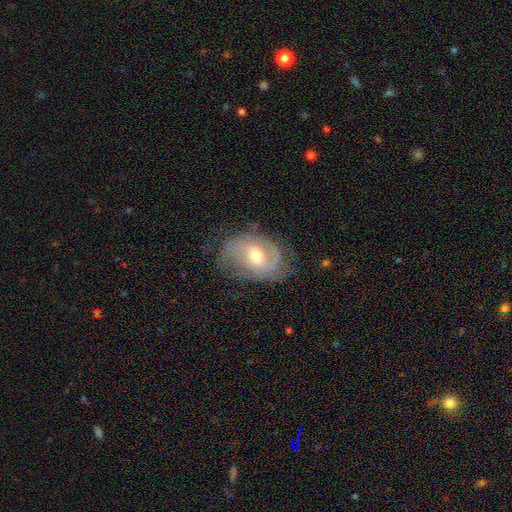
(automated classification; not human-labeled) This appears to be a featured or disk galaxy (80%) with a weak bar (43%), 2 (45%) tight (50%) spiral arms (90%) and a moderate central bulge (72%). Merging: none (66%).